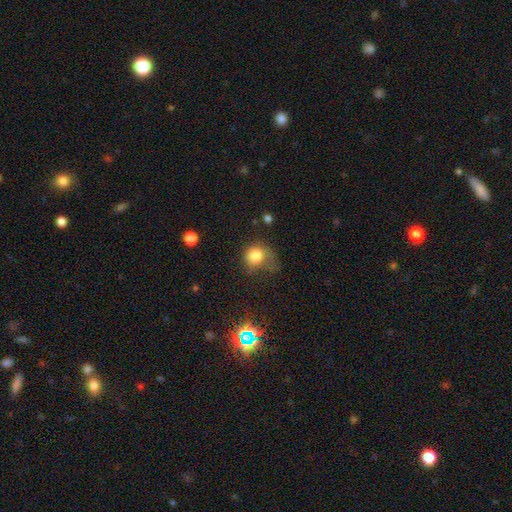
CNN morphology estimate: Smooth or featured? Predicted: smooth (p=0.78). How rounded? Predicted: round (p=0.76). Merging? Predicted: none (p=0.35).